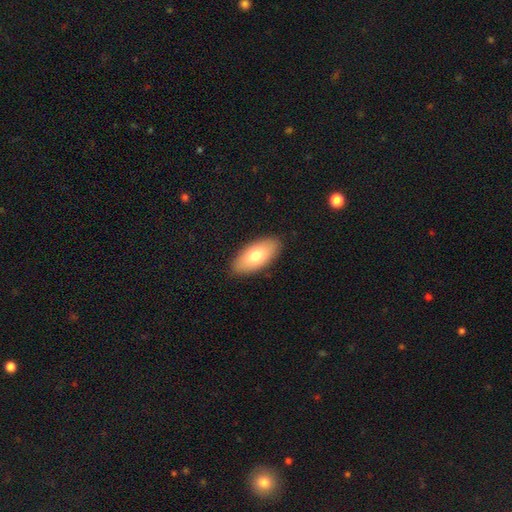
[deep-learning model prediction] A smooth galaxy with no disk features (76%) that is in between round and cigar-shaped (91%). Merging: none (89%).